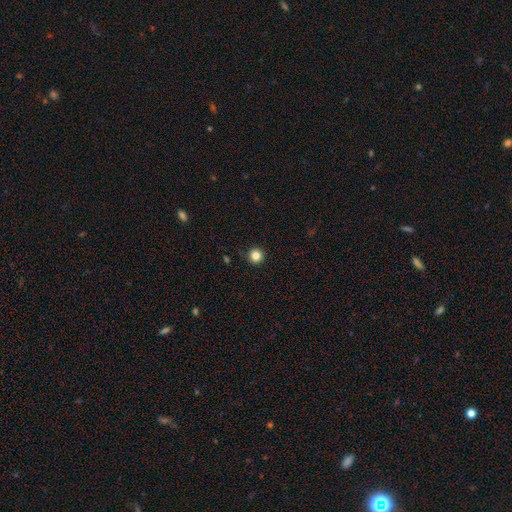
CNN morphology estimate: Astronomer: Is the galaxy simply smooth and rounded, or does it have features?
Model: smooth — 85%.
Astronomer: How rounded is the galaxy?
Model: round — 96%.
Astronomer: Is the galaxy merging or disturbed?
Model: none — 91%.